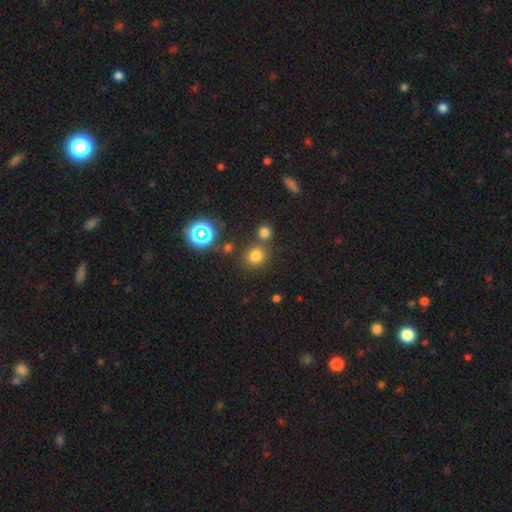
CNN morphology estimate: This appears to be a smooth galaxy with no disk features (72%) that is round (88%). Merging: none (73%).